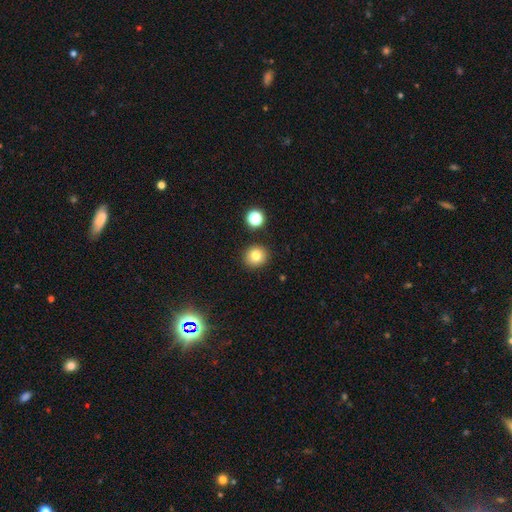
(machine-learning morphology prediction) Smooth or featured? Predicted: smooth (p=0.79). How rounded? Predicted: round (p=0.89). Merging? Predicted: none (p=0.89).